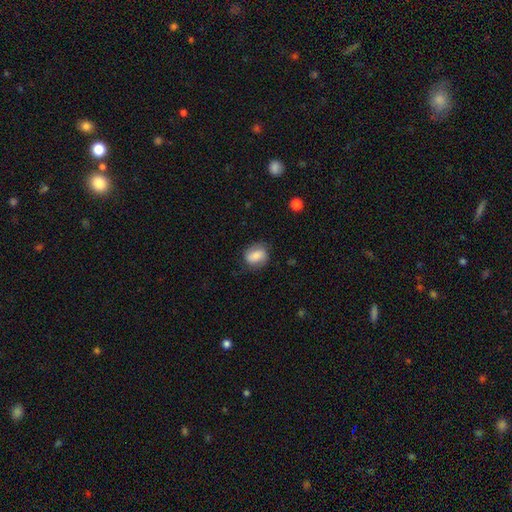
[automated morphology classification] Overall: smooth (74%). How rounded: in between (54%; round 44%). Merging: none (75%).